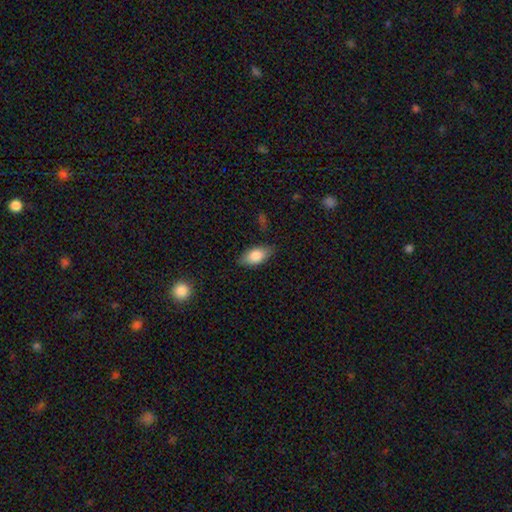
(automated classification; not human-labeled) smooth_or_featured: smooth (p=0.82) [alt: featured or disk p=0.11]
how_rounded: in between (p=0.90) [alt: cigar-shaped p=0.06]
merging: none (p=0.80) [alt: minor disturbance p=0.15]